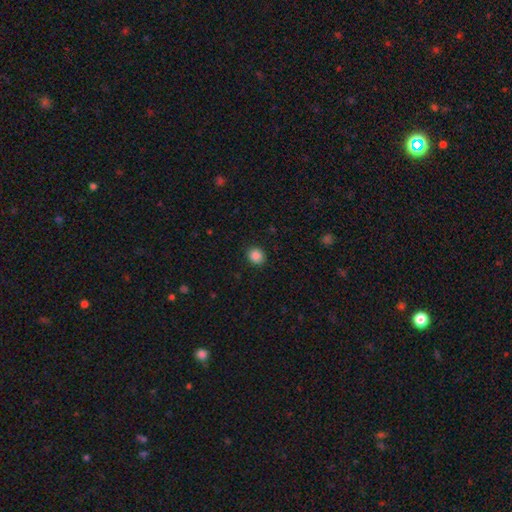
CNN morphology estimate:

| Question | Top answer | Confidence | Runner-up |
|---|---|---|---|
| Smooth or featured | smooth | 87% | star or artifact (10%) |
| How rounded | round | 78% | in between (21%) |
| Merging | none | 91% | minor disturbance (6%) |